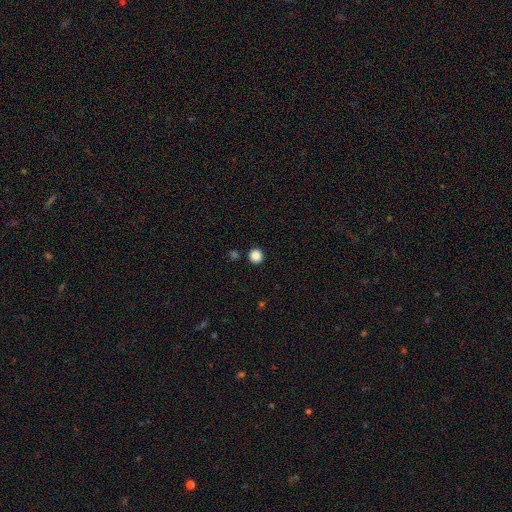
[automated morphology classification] A smooth galaxy with no disk features (87%) that is round (95%). Merging: none (91%).